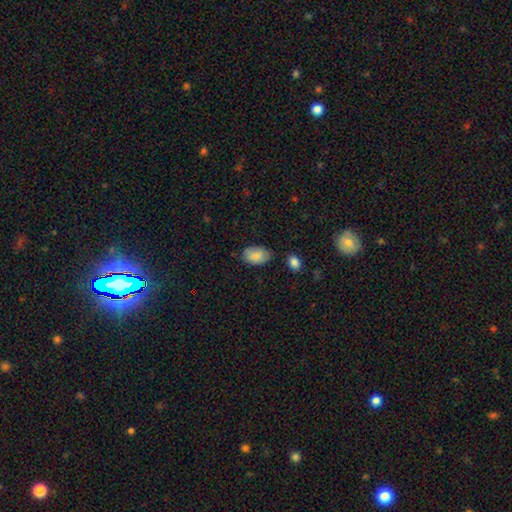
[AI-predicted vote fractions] smooth 86%, star or artifact 7%, featured or disk 7%. Down the decision tree: how rounded — in between (90%); merging — none (72%).